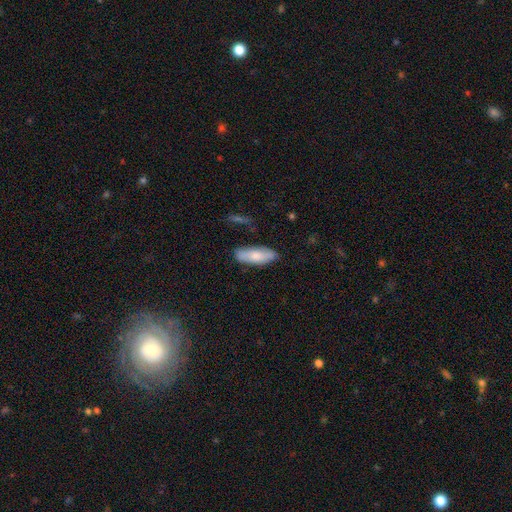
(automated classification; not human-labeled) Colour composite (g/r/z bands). It shows a smooth galaxy with no disk features (74%) that is in between round and cigar-shaped (69%). Merging: none (79%).